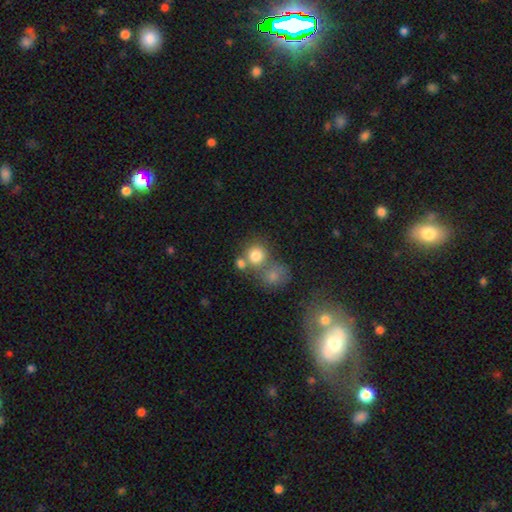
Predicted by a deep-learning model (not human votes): smooth_or_featured: smooth (p=0.78) [alt: star or artifact p=0.12]
how_rounded: round (p=0.84) [alt: in between p=0.15]
merging: none (p=0.49) [alt: merger p=0.36]